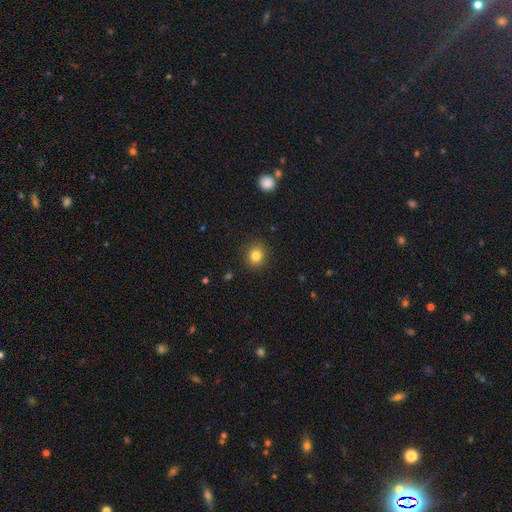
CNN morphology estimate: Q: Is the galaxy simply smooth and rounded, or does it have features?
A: smooth — 82%.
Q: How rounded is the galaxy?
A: round — 82%.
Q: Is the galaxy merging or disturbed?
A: none — 90%.